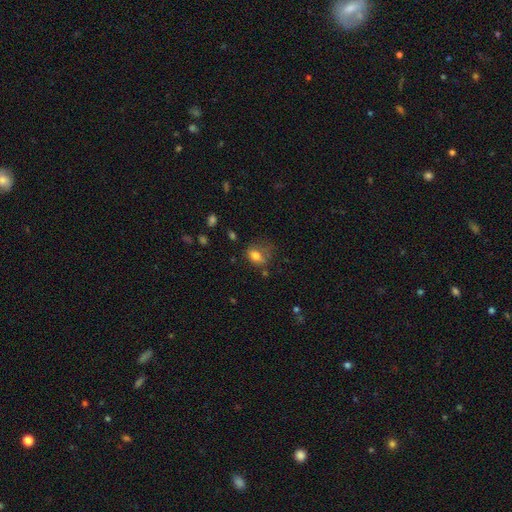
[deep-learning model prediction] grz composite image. It shows a smooth galaxy with no disk features (76%) that is in between round and cigar-shaped (76%). Merging: none (46%).